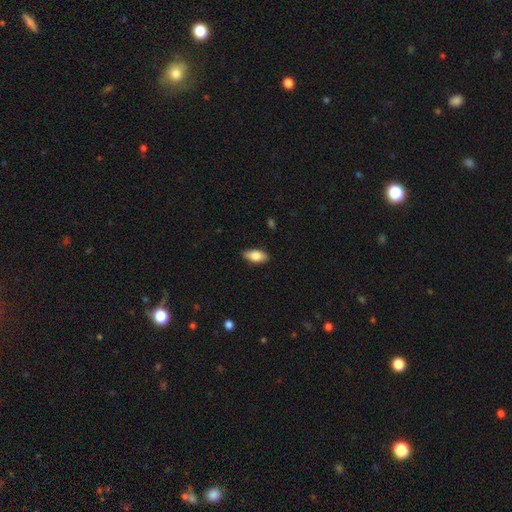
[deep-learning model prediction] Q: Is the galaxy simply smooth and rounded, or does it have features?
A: smooth — 81%.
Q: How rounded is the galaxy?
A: in between — 89%.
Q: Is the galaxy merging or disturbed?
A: none — 87%.